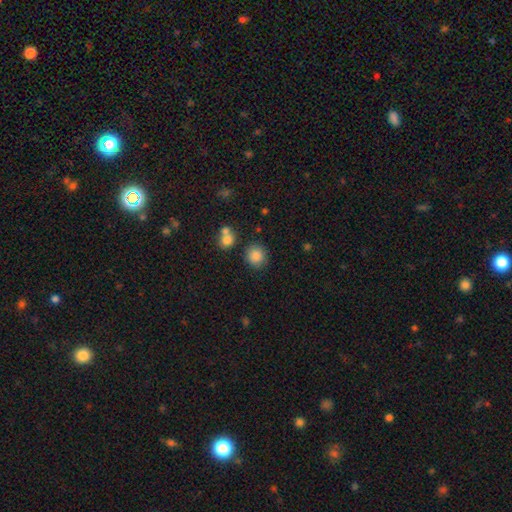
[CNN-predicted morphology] This is clearly a smooth galaxy (86%). How rounded: clearly round (86%). Merging: likely none (79%).